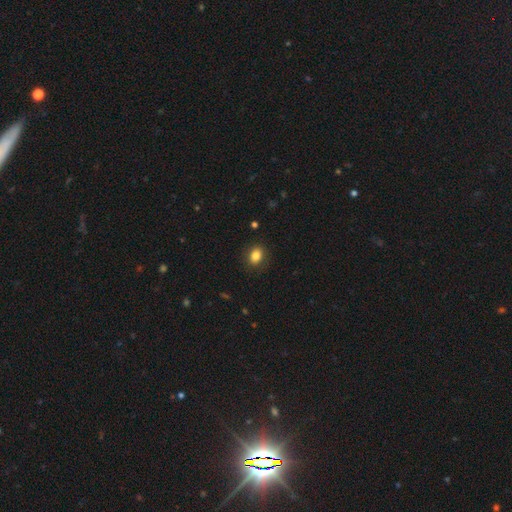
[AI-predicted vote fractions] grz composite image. It shows a smooth galaxy with no disk features (84%) that is in between round and cigar-shaped (65%). Merging: none (87%).